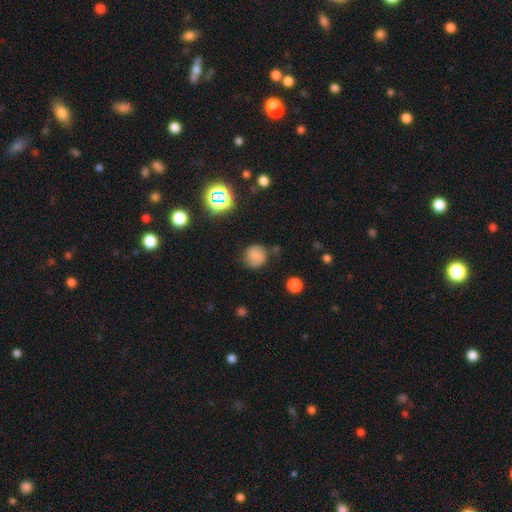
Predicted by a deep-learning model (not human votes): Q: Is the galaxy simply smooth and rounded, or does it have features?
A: smooth — 69%.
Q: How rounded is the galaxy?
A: round — 88%.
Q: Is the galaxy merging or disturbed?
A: none — 73%.